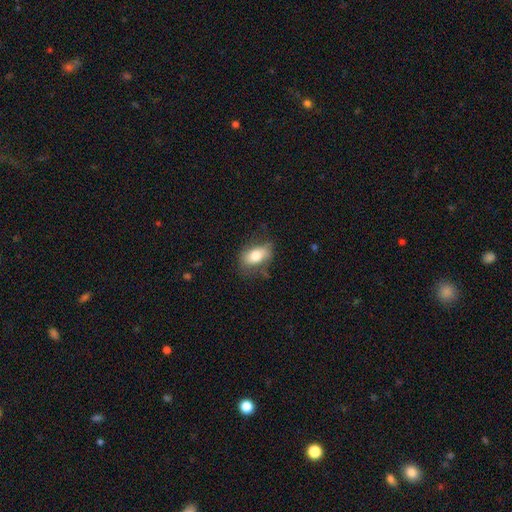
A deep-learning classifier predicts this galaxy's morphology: Q: Smooth or featured?
A: smooth (75%); runner-up: featured or disk (18%)
Q: How rounded?
A: in between (87%); runner-up: round (11%)
Q: Merging?
A: none (63%); runner-up: minor disturbance (26%)